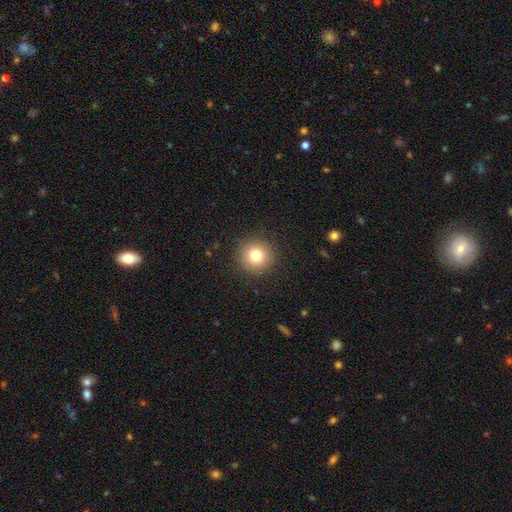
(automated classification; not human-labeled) Smooth or featured?
  - smooth: 78% *
  - star or artifact: 12%
  - featured or disk: 10%
How rounded?
  - round: 95% *
  - in between: 4%
  - cigar-shaped: 1%
Merging?
  - none: 90% *
  - minor disturbance: 6%
  - major disturbance: 3%
  - merger: 1%